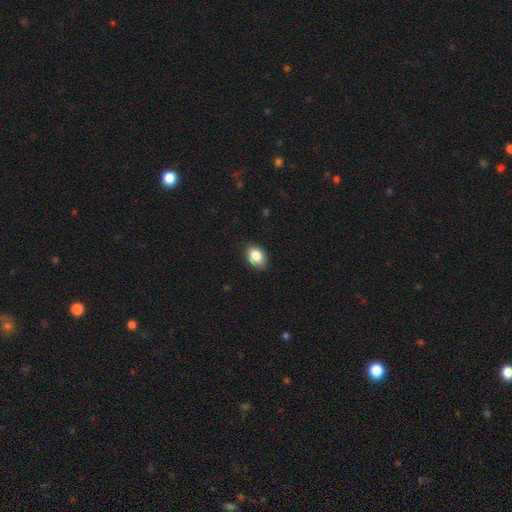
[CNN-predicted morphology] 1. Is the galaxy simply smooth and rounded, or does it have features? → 85% smooth, 8% star or artifact, 7% featured or disk.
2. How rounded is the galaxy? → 77% in between, 22% round, 1% cigar-shaped.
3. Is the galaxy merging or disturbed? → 87% none, 10% minor disturbance, 2% major disturbance, 1% merger.